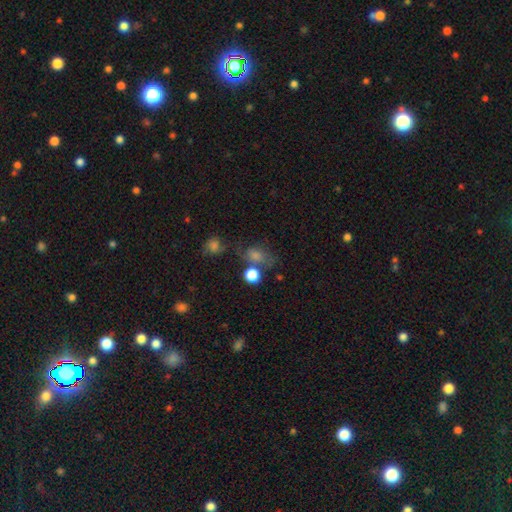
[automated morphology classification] Overall: smooth (53%; star or artifact 28%). How rounded: in between (55%; round 43%). Merging: none (50%; minor disturbance 20%).